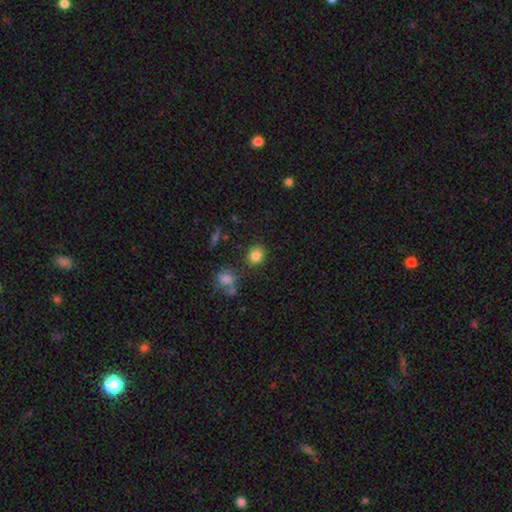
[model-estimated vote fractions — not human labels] smooth 83%, star or artifact 10%, featured or disk 7%. Down the decision tree: how rounded — in between (52%); merging — none (80%).